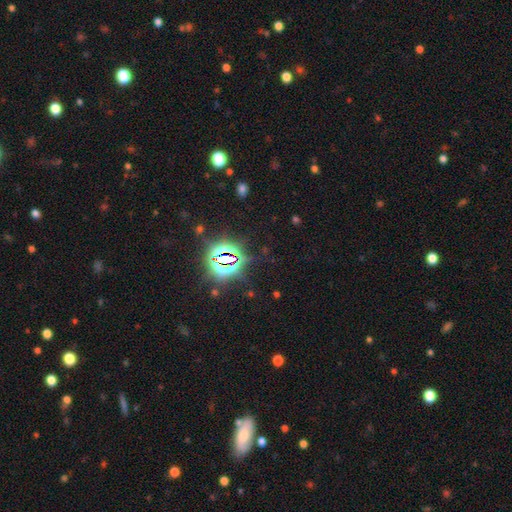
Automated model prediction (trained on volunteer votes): The model was most divided on "smooth or featured": star or artifact: 84%, smooth: 10%, featured or disk: 7%.